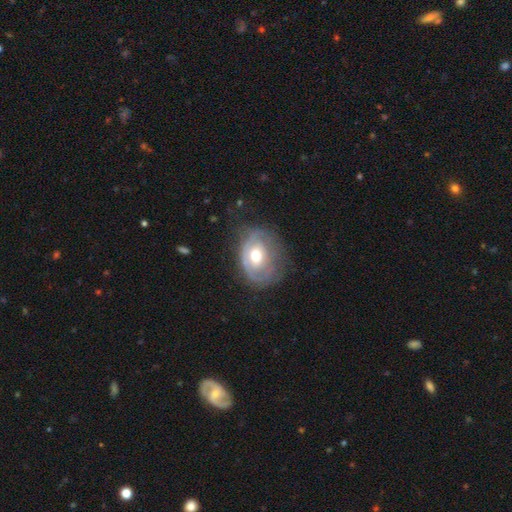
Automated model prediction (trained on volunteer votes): Q: Smooth or featured?
A: featured or disk (59%); runner-up: smooth (34%)
Q: Edge-on disk?
A: no (94%); runner-up: yes (6%)
Q: Bar?
A: no (74%); runner-up: weak (21%)
Q: Spiral arms?
A: yes (56%); runner-up: no (44%)
Q: Bulge size?
A: moderate (71%); runner-up: large (16%)
Q: Merging?
A: none (51%); runner-up: minor disturbance (29%)